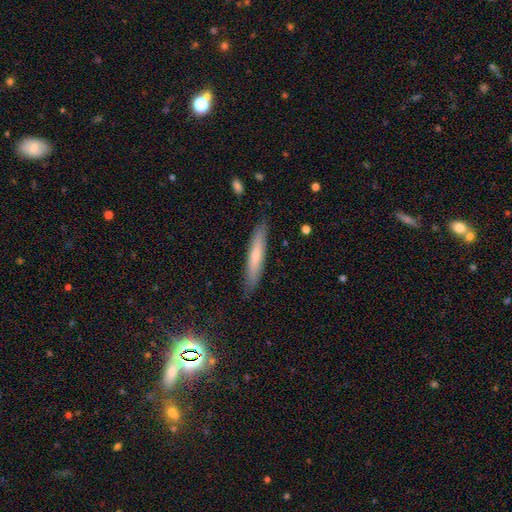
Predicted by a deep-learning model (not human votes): Smooth or featured? Predicted: smooth (p=0.65). How rounded? Predicted: cigar-shaped (p=0.92). Merging? Predicted: none (p=0.86).